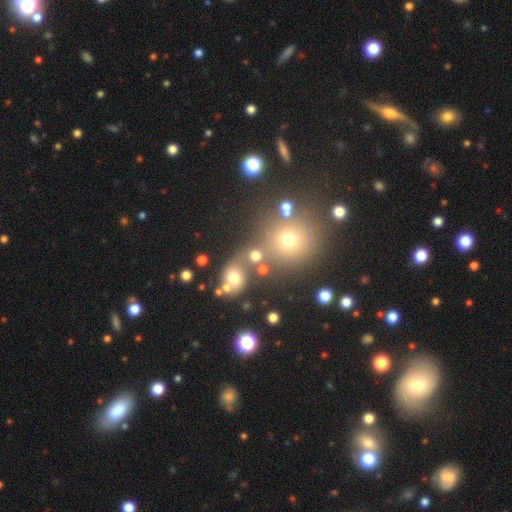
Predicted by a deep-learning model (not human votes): Overall: smooth (67%). How rounded: round (79%). Merging: none (55%; merger 28%).